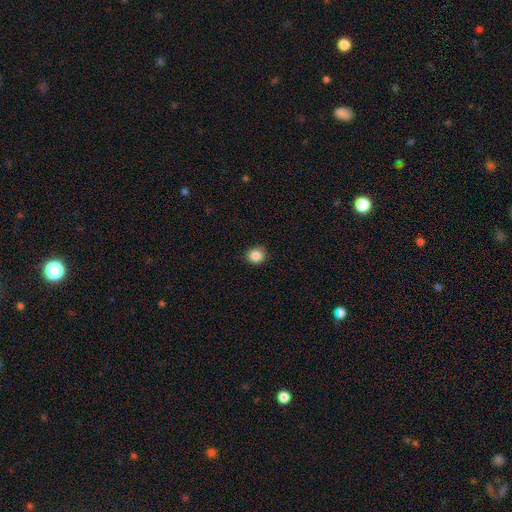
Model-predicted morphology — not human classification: smooth-or-featured: smooth: 86% | star or artifact: 10% | featured or disk: 4%
  how-rounded: round: 83% | in between: 16% | cigar-shaped: 1%
  merging: none: 86% | minor disturbance: 11% | major disturbance: 2% | merger: 1%